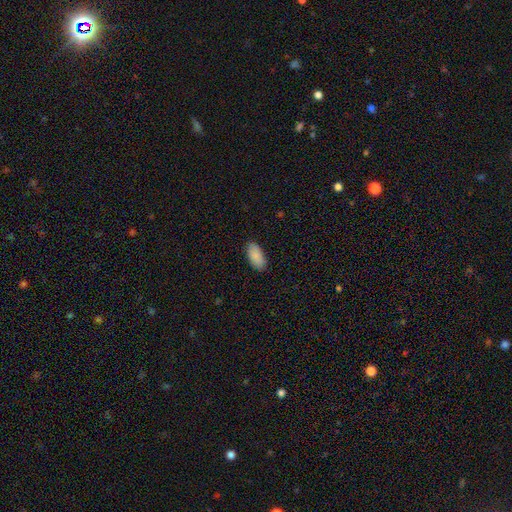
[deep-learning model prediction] Overall: smooth (89%). How rounded: in between (93%). Merging: none (86%).